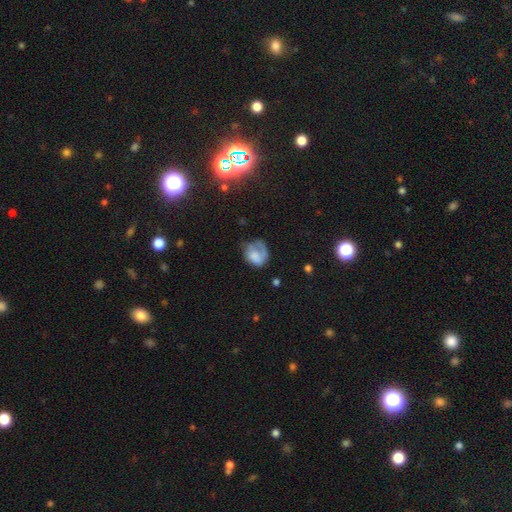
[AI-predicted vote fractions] Q: Smooth or featured?
A: smooth (58%); runner-up: featured or disk (34%)
Q: How rounded?
A: round (51%); runner-up: in between (48%)
Q: Merging?
A: none (38%); runner-up: major disturbance (31%)